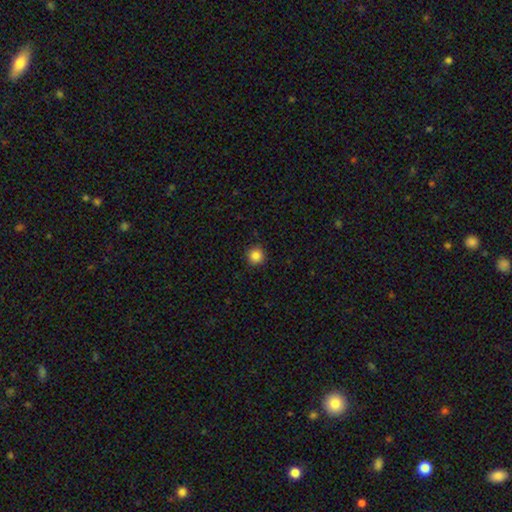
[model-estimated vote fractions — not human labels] smooth-or-featured: smooth: 85% | star or artifact: 11% | featured or disk: 4%
  how-rounded: round: 95% | in between: 4% | cigar-shaped: 1%
  merging: none: 92% | minor disturbance: 6% | major disturbance: 2% | merger: 1%